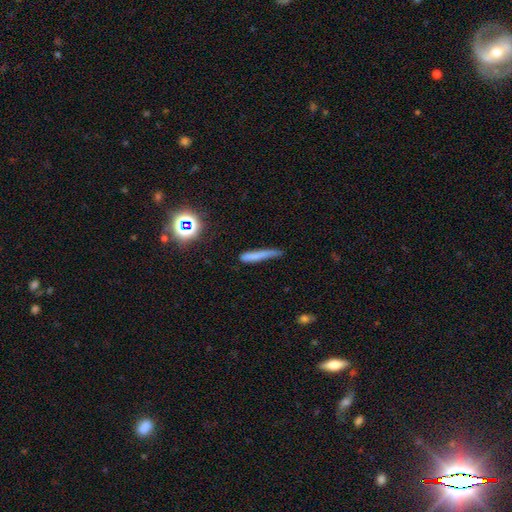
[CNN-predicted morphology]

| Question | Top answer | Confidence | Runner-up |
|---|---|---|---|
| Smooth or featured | smooth | 68% | featured or disk (19%) |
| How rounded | cigar-shaped | 93% | in between (5%) |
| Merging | none | 63% | minor disturbance (26%) |